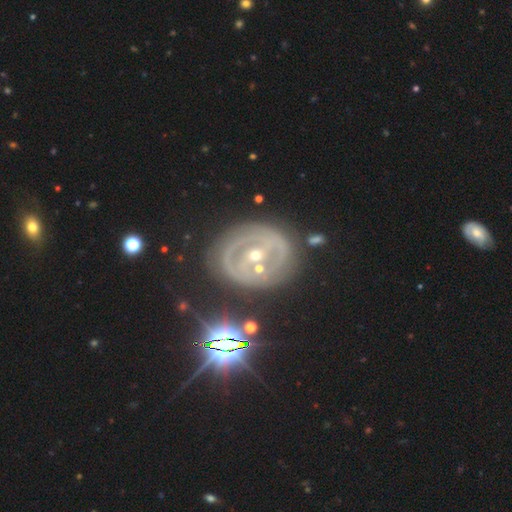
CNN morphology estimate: A featured or disk galaxy (80%) with a strong bar (44%), 2 (65%) tight (58%) spiral arms (70%) and a small central bulge (62%).

Vote fractions:
- Smooth or featured? featured or disk: 80% / smooth: 10% / star or artifact: 10%
- Edge-on disk? no: 95% / yes: 5%
- Bar? strong: 44% / weak: 33% / no: 23%
- Spiral arms? yes: 70% / no: 30%
- Spiral winding? tight: 58% / medium: 32% / loose: 10%
- Spiral arm count? 2: 65% / can't tell: 20% / 3: 6% / 1: 5% / 4: 3% / more than 4: 2%
- Bulge size? small: 62% / moderate: 34% / large: 1% / none: 1% / dominant: 1%
- Merging? none: 74% / minor disturbance: 15% / major disturbance: 8% / merger: 4%